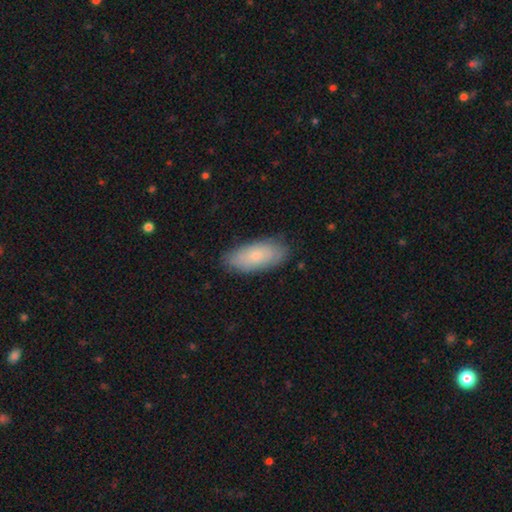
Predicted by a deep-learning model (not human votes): smooth_or_featured: smooth (p=0.67) [alt: featured or disk p=0.27]
how_rounded: in between (p=0.87) [alt: cigar-shaped p=0.11]
merging: none (p=0.82) [alt: minor disturbance p=0.14]